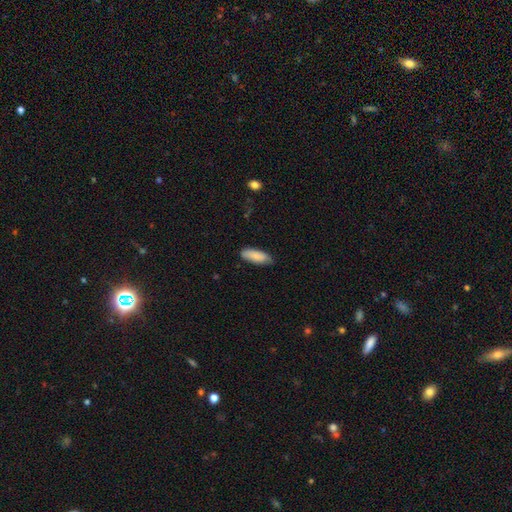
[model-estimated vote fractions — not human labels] smooth 85%, featured or disk 9%, star or artifact 6%. Down the decision tree: how rounded — in between (70%); merging — none (77%).